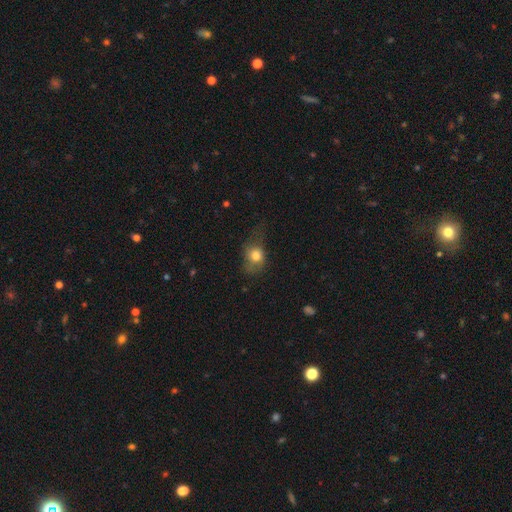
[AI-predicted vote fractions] The model was most divided on "merging": none: 39%, minor disturbance: 30%, major disturbance: 29%, merger: 2%. More confident: smooth or featured — smooth (77%); how rounded — round (57%).